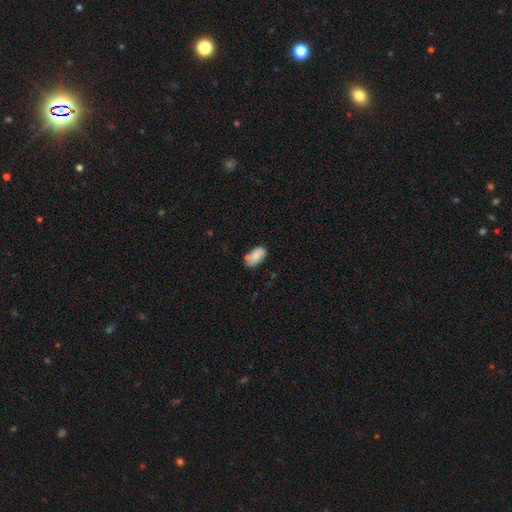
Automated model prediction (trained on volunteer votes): A smooth galaxy with no disk features (79%) that is in between round and cigar-shaped (94%).

Vote fractions:
- Smooth or featured? smooth: 79% / featured or disk: 14% / star or artifact: 7%
- How rounded? in between: 94% / round: 4% / cigar-shaped: 2%
- Merging? none: 64% / minor disturbance: 21% / merger: 10% / major disturbance: 4%